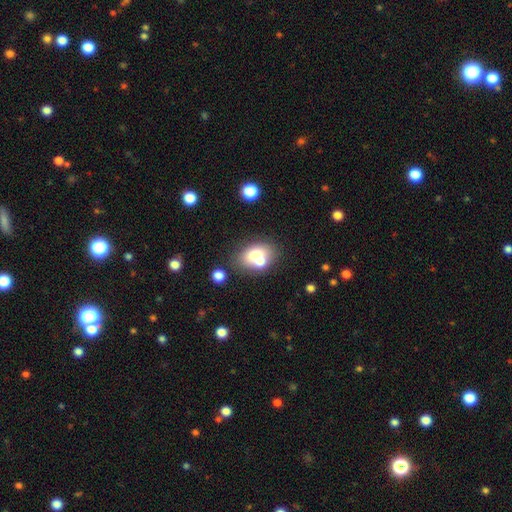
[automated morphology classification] Overall: smooth (67%). How rounded: in between (66%; round 33%). Merging: none (43%; merger 40%).